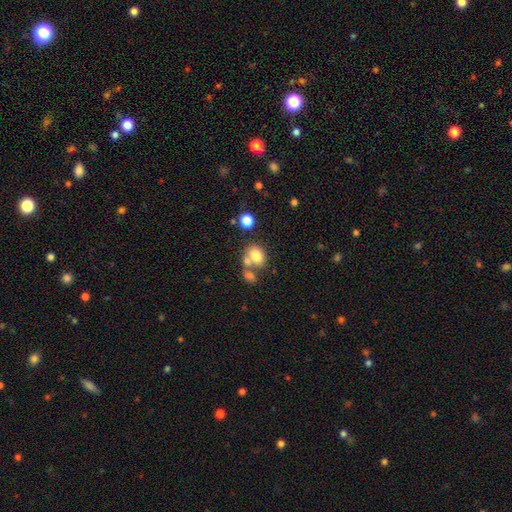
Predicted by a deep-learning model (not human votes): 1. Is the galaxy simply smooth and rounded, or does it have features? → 76% smooth, 13% featured or disk, 11% star or artifact.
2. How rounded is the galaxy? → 61% in between, 38% round, 1% cigar-shaped.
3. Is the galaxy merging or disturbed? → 45% none, 36% merger, 12% minor disturbance, 7% major disturbance.